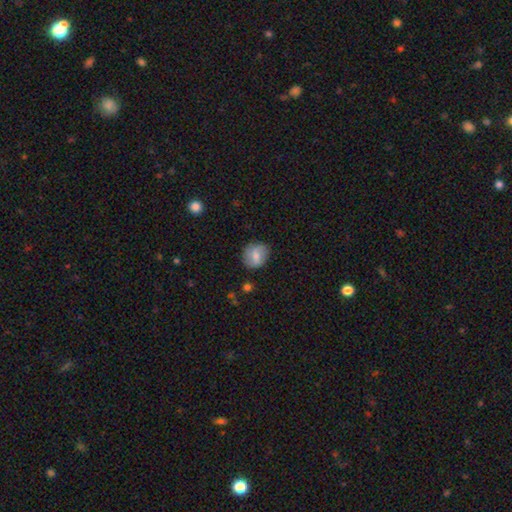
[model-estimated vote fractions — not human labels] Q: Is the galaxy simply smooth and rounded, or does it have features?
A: smooth — 72%.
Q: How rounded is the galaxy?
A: round — 68%.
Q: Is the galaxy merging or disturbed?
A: none — 82%.